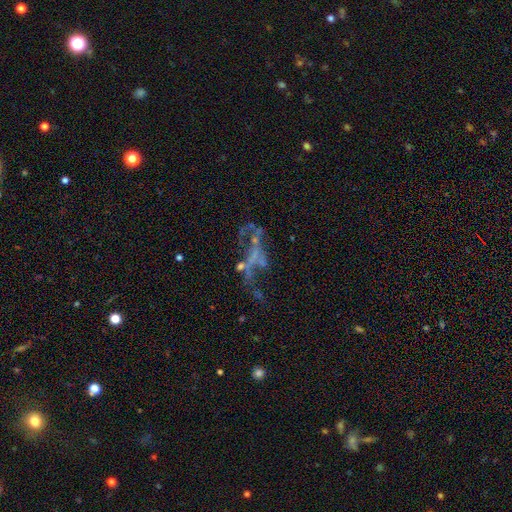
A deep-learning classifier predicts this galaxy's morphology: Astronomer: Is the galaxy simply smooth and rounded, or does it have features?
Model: featured or disk — 63%.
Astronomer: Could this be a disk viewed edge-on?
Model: no — 95%.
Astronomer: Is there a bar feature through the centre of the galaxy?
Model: no — 76%.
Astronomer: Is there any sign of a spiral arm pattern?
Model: no — 78%.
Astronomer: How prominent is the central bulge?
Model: none — 75%.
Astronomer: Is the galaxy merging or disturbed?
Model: major disturbance — 39% (runner-up: none, 31%).